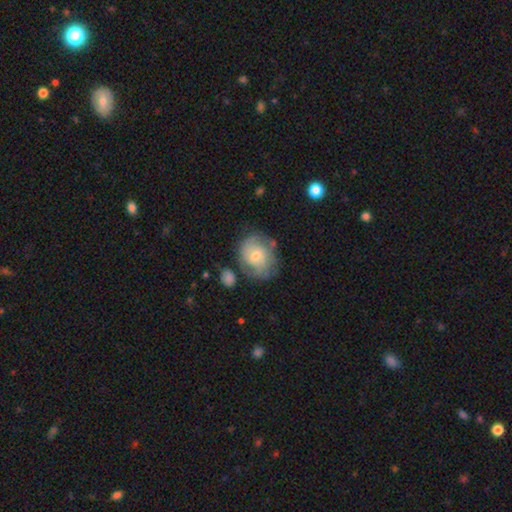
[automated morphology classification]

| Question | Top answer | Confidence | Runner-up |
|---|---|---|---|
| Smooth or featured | featured or disk | 54% | smooth (39%) |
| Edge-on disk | no | 97% | yes (3%) |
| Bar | no | 69% | weak (27%) |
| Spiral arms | yes | 73% | no (27%) |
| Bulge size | small | 48% | moderate (45%) |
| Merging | none | 58% | minor disturbance (24%) |